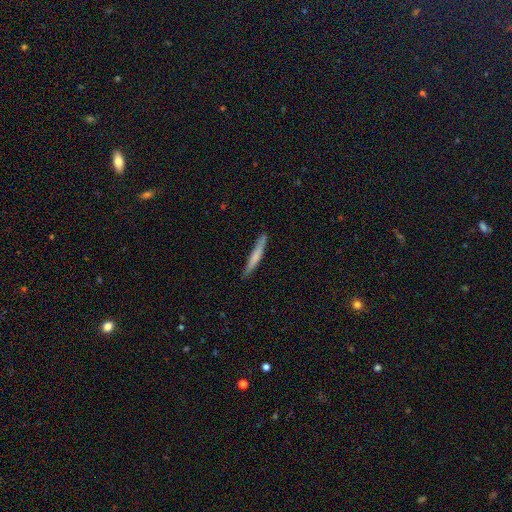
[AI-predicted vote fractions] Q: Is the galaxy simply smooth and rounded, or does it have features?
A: smooth — 66%.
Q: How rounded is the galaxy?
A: cigar-shaped — 96%.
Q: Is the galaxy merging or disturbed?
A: none — 87%.